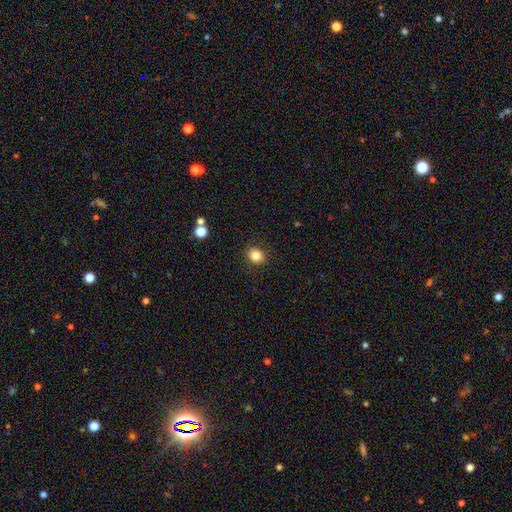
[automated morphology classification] smooth 83%, star or artifact 11%, featured or disk 6%. Down the decision tree: how rounded — round (80%); merging — none (90%).